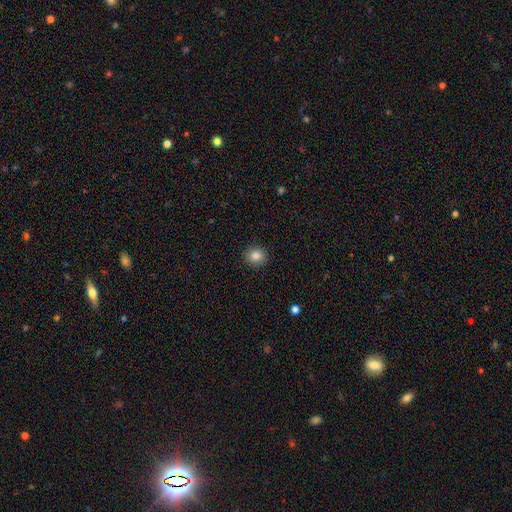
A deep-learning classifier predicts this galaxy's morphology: smooth 85%, star or artifact 10%, featured or disk 5%. Down the decision tree: how rounded — round (83%); merging — none (91%).